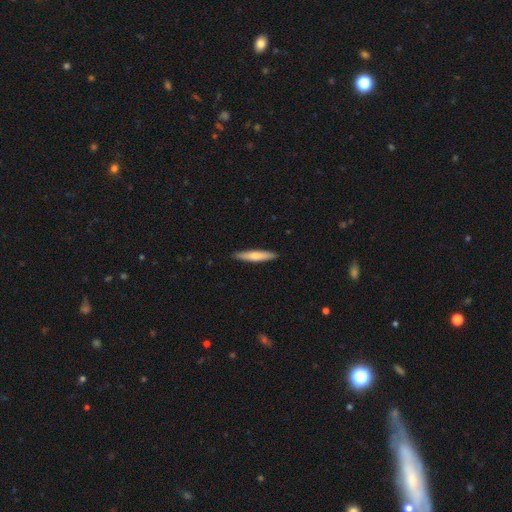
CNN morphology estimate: A smooth galaxy with no disk features (69%) that is cigar-shaped (89%).

Vote fractions:
- Smooth or featured? smooth: 69% / featured or disk: 26% / star or artifact: 5%
- How rounded? cigar-shaped: 89% / in between: 9% / round: 1%
- Merging? none: 90% / minor disturbance: 7% / major disturbance: 1% / merger: 1%